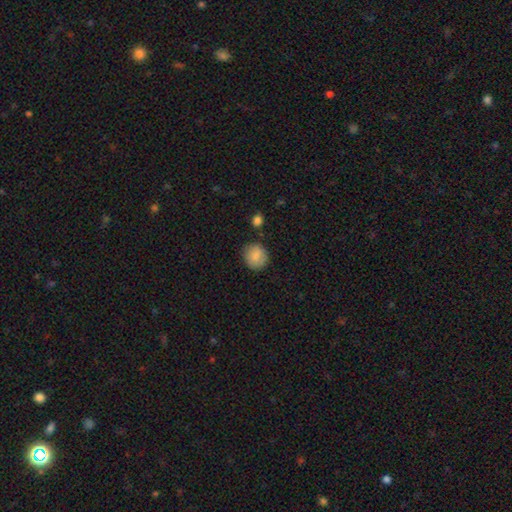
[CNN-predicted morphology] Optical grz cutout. It shows a smooth galaxy with no disk features (84%) that is round (85%). Merging: none (84%).